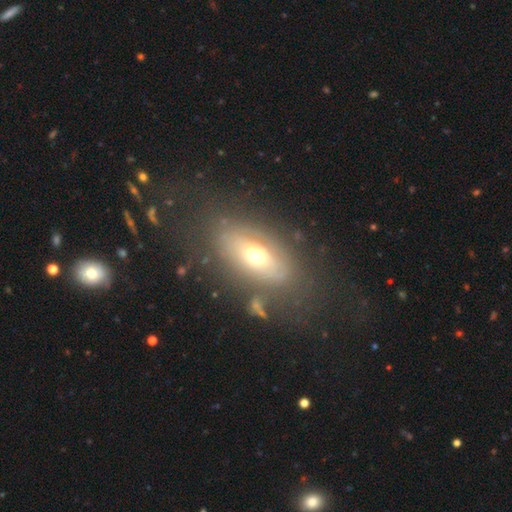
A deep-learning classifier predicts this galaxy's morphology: smooth-or-featured: featured or disk: 50% | smooth: 41% | star or artifact: 9%
  merging: none: 67% | minor disturbance: 18% | major disturbance: 11% | merger: 3%